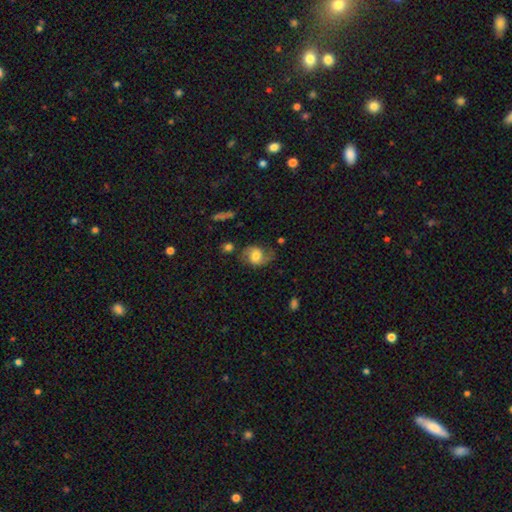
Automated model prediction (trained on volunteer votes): Smooth or featured?
  - featured or disk: 62% *
  - smooth: 30%
  - star or artifact: 8%
Edge-on disk?
  - no: 97% *
  - yes: 3%
Bar?
  - no: 51% *
  - weak: 38%
  - strong: 10%
Spiral arms?
  - yes: 90% *
  - no: 10%
Spiral winding?
  - medium: 43% * (tied)
  - loose: 43% * (tied)
  - tight: 14%
Spiral arm count?
  - 2: 87% *
  - 1: 5%
  - can't tell: 5%
  - 3: 1%
  - 4: 1%
  - more than 4: 1%
Bulge size?
  - moderate: 53% *
  - large: 25%
  - small: 15%
  - none: 4%
  - dominant: 3%
Merging?
  - none: 66% *
  - minor disturbance: 20%
  - major disturbance: 10%
  - merger: 3%